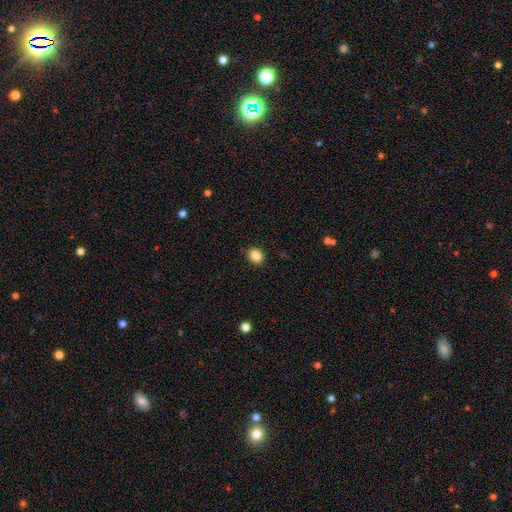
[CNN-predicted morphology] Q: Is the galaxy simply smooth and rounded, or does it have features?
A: smooth — 87%.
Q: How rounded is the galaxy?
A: in between — 51%.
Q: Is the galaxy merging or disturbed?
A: none — 88%.